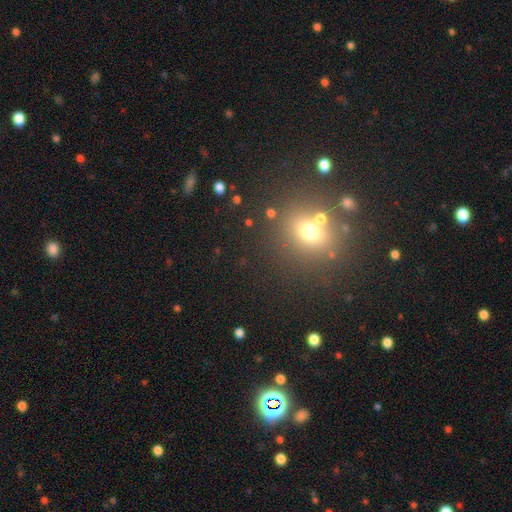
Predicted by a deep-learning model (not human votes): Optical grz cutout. It shows a star or artifact, not a galaxy (51%).